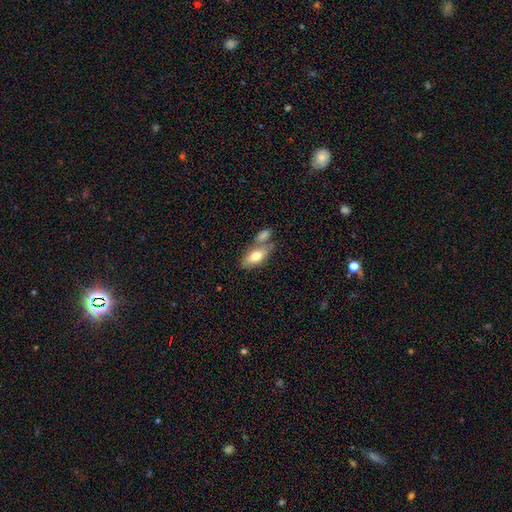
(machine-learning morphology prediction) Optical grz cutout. It shows a smooth galaxy with no disk features (73%) that is in between round and cigar-shaped (83%). Merging: none (50%).